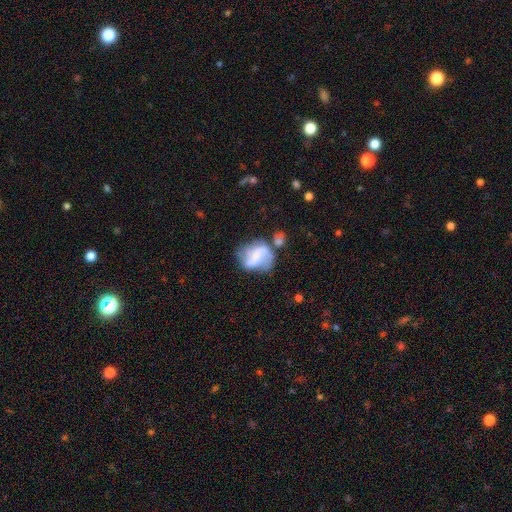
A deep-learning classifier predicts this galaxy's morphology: A featured or disk galaxy (65%) with no bar (48%), spiral arms (78%) and a small central bulge (51%). Merging: none (42%).